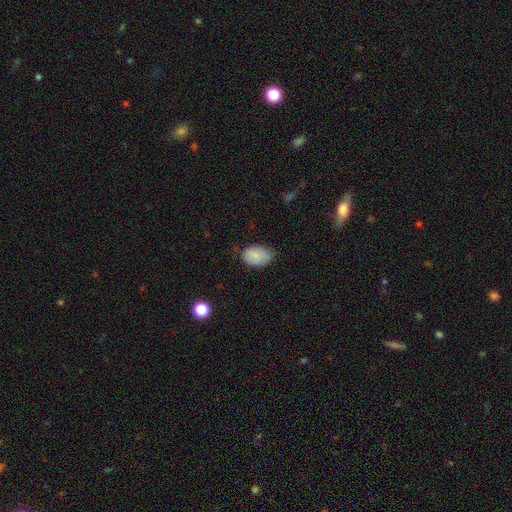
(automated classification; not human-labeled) Smooth or featured? Predicted: smooth (p=0.86). How rounded? Predicted: in between (p=0.87). Merging? Predicted: none (p=0.64).